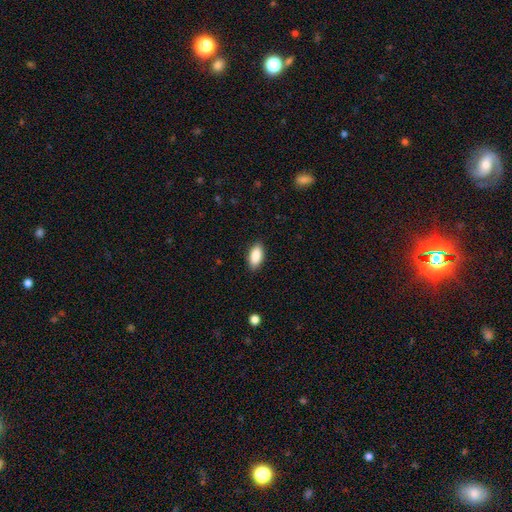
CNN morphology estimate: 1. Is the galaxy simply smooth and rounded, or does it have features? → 89% smooth, 6% star or artifact, 5% featured or disk.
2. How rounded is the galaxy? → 91% in between, 6% cigar-shaped, 2% round.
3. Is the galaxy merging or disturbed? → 88% none, 9% minor disturbance, 2% major disturbance, 1% merger.